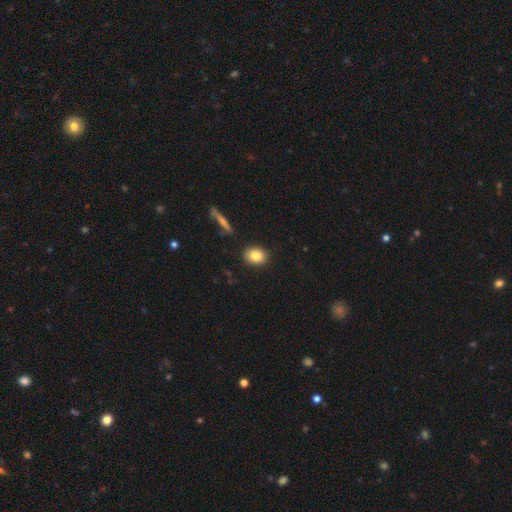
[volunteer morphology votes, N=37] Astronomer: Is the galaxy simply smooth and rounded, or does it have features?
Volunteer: smooth — 86%.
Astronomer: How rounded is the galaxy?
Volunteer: in between — 59% (runner-up: round, 38%).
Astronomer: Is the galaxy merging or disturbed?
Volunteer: none — 92%.